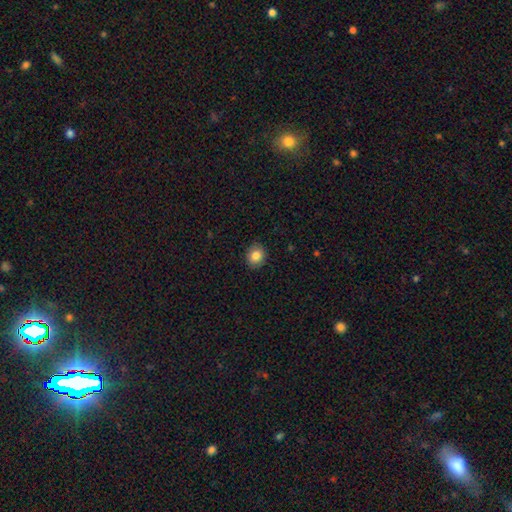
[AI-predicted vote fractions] Q: Smooth or featured?
A: smooth (84%); runner-up: star or artifact (9%)
Q: How rounded?
A: round (70%); runner-up: in between (29%)
Q: Merging?
A: none (90%); runner-up: minor disturbance (7%)